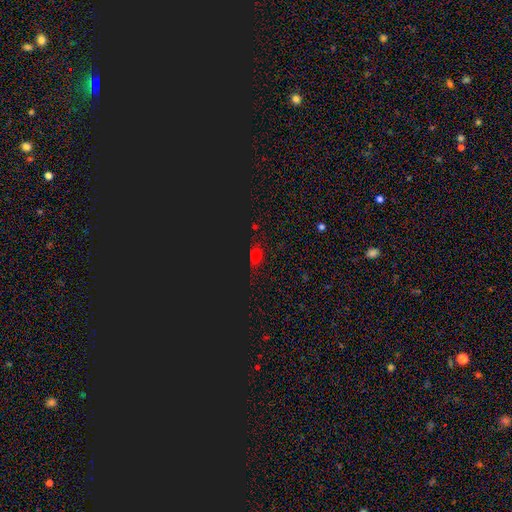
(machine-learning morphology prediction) The model was most divided on "smooth or featured": smooth: 48%, star or artifact: 42%, featured or disk: 10%. More confident: merging — none (74%).